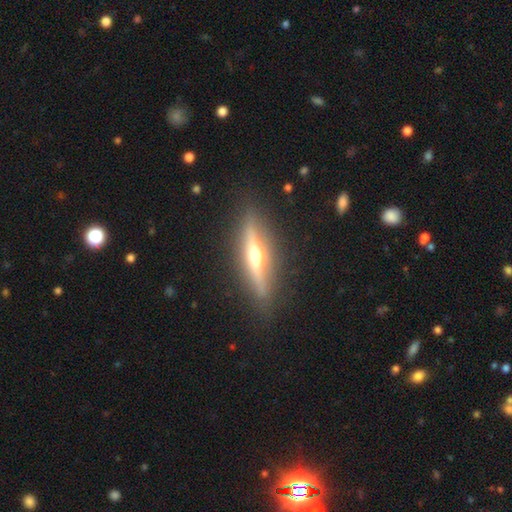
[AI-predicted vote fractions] smooth_or_featured: featured or disk (p=0.73) [alt: smooth p=0.21]
disk_edge_on: yes (p=0.94) [alt: no p=0.06]
edge_on_bulge: rounded (p=0.89) [alt: none p=0.06]
merging: none (p=0.86) [alt: minor disturbance p=0.10]